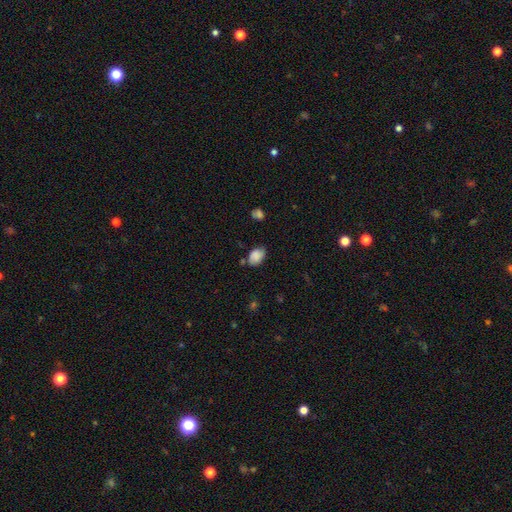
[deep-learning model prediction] Smooth or featured? Predicted: smooth (p=0.85). How rounded? Predicted: in between (p=0.84). Merging? Predicted: none (p=0.64).